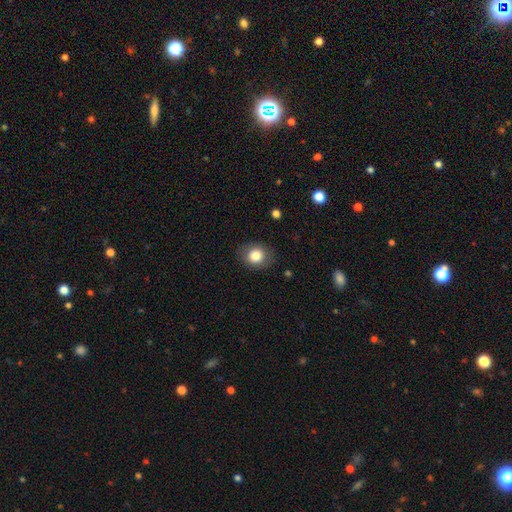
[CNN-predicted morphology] Smooth or featured? smooth (82%)
How rounded? round (58%)
Merging? none (84%)